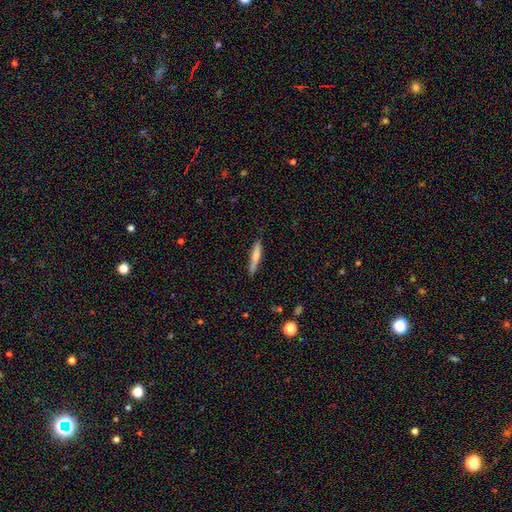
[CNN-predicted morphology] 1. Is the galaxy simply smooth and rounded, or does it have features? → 65% smooth, 29% featured or disk, 6% star or artifact.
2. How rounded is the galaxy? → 91% cigar-shaped, 8% in between, 1% round.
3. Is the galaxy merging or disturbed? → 84% none, 12% minor disturbance, 2% major disturbance, 2% merger.